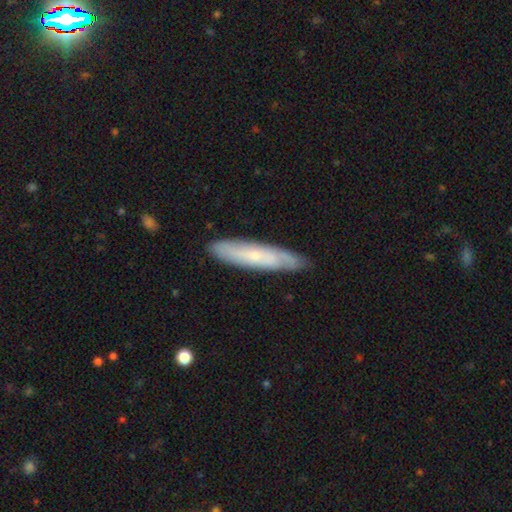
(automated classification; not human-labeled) Q: Smooth or featured?
A: featured or disk (50%); runner-up: smooth (43%)
Q: Edge-on disk?
A: no (53%); runner-up: yes (47%)
Q: Merging?
A: none (82%); runner-up: minor disturbance (14%)